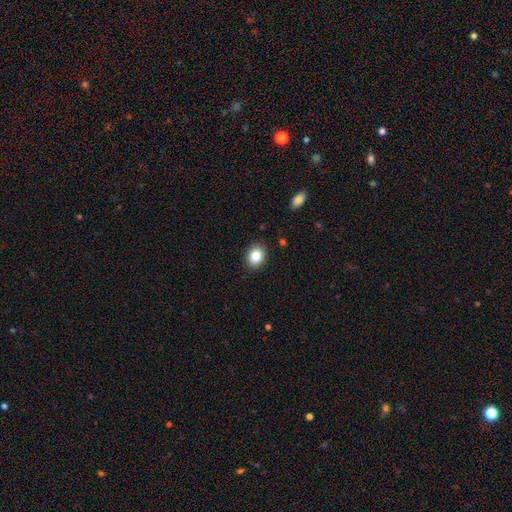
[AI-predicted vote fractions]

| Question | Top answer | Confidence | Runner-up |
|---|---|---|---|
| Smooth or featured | smooth | 85% | star or artifact (9%) |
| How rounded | in between | 59% | round (40%) |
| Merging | none | 87% | minor disturbance (10%) |